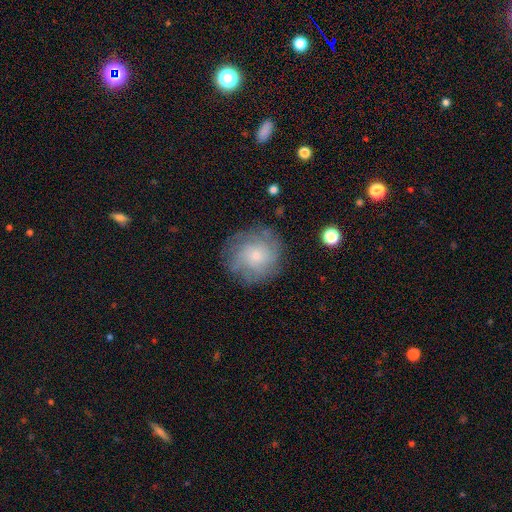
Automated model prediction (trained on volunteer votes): Smooth or featured? featured or disk (54%)
Edge-on disk? no (97%)
Bar? no (82%)
Spiral arms? yes (84%)
Bulge size? small (62%)
Merging? none (78%)